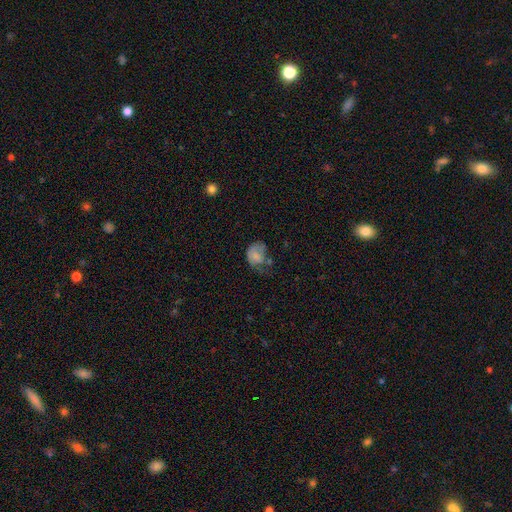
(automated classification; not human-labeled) Morphology: type=smooth (65%); roundness=in between (54%); merging=major disturbance (38%).